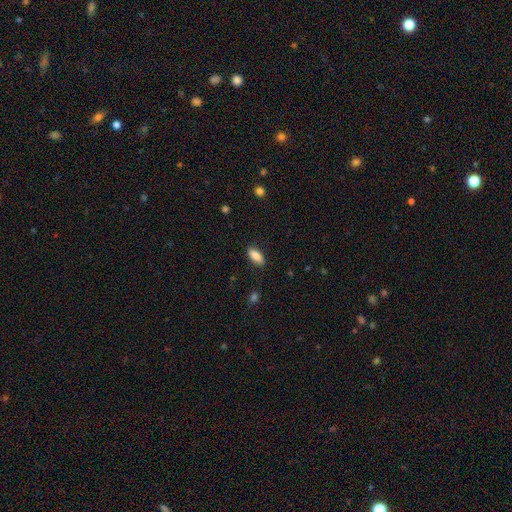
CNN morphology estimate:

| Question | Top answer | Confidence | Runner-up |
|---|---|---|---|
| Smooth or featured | smooth | 87% | star or artifact (7%) |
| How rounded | in between | 84% | cigar-shaped (14%) |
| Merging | none | 87% | minor disturbance (10%) |